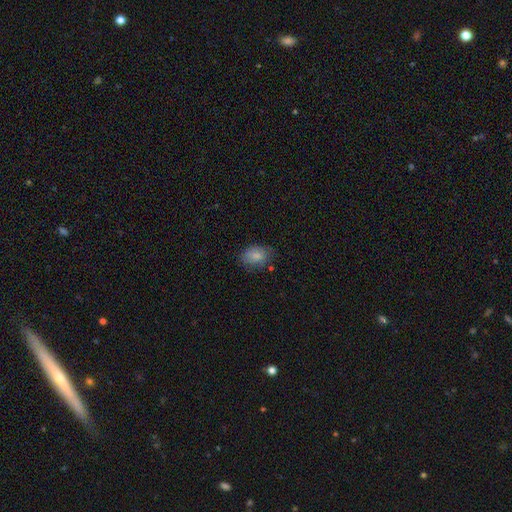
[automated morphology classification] Overall: smooth (84%). How rounded: in between (81%). Merging: none (71%).